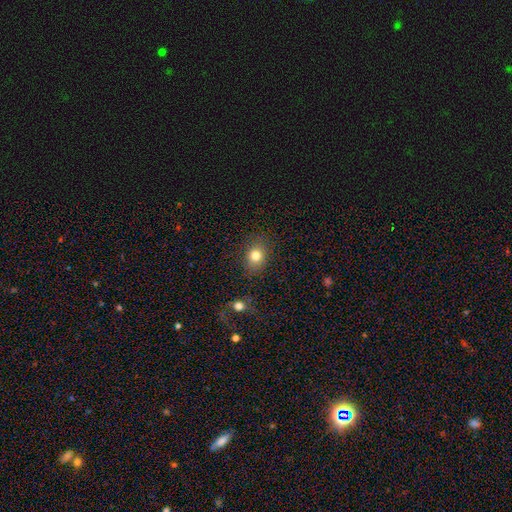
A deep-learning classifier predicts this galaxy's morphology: This is likely a smooth galaxy (80%). How rounded: possibly round (56%). Merging: clearly none (83%).